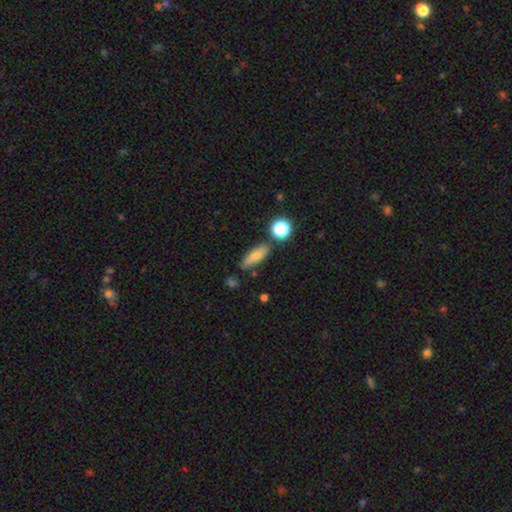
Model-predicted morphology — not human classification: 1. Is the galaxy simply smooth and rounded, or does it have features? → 77% smooth, 13% featured or disk, 10% star or artifact.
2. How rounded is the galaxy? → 57% in between, 38% cigar-shaped, 6% round.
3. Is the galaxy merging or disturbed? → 74% none, 16% minor disturbance, 6% merger, 4% major disturbance.